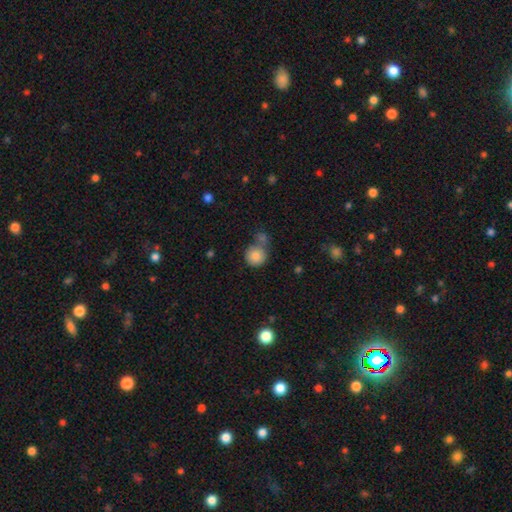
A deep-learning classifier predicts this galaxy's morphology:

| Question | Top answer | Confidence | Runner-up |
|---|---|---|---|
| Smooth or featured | smooth | 83% | star or artifact (10%) |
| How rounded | round | 90% | in between (9%) |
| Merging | none | 52% | merger (31%) |